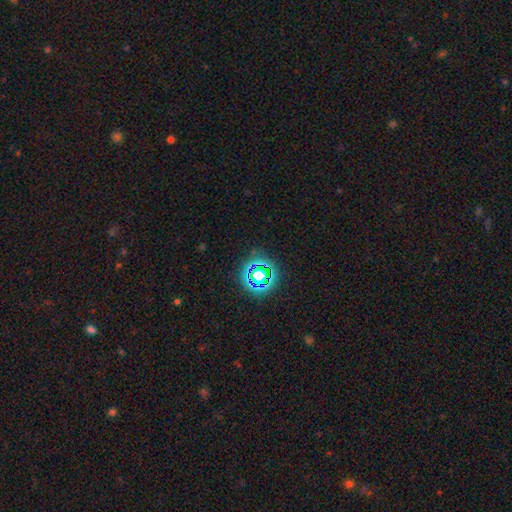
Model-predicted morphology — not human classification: This is likely a star or artifact rather than a galaxy (73%).